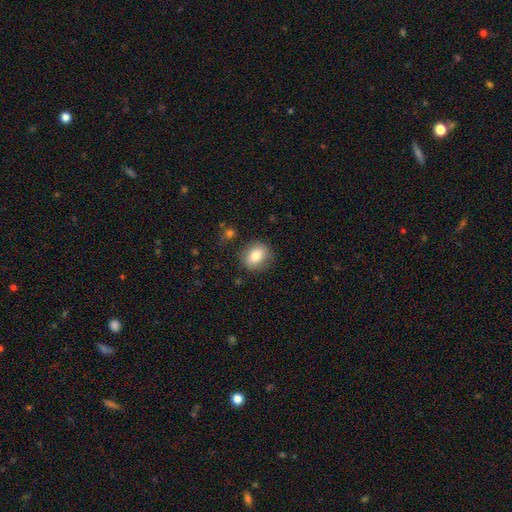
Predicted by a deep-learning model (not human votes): Smooth or featured? Predicted: smooth (p=0.79). How rounded? Predicted: round (p=0.53). Merging? Predicted: none (p=0.81).